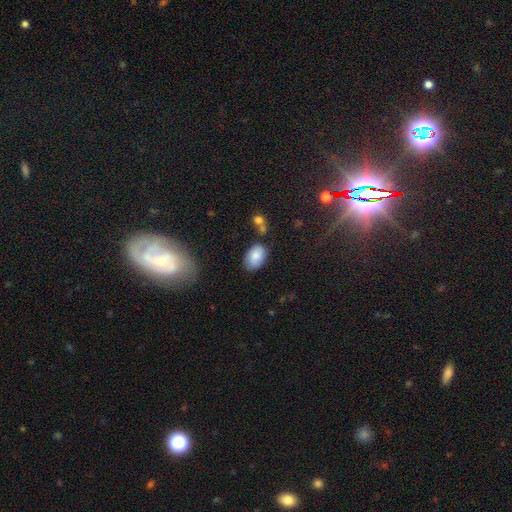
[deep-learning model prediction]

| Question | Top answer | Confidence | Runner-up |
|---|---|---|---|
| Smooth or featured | smooth | 84% | featured or disk (9%) |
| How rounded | in between | 91% | round (8%) |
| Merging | none | 70% | minor disturbance (19%) |